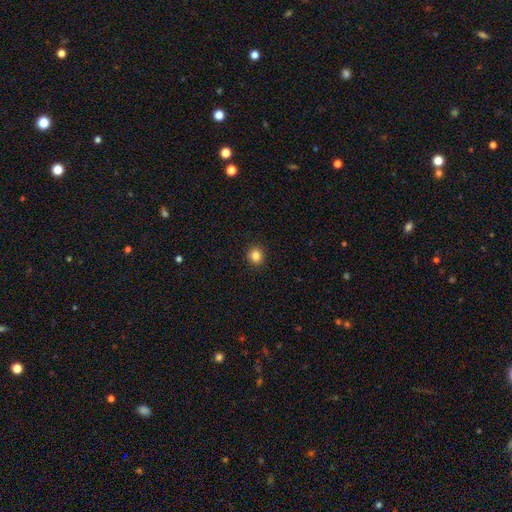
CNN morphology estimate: This appears to be a smooth galaxy with no disk features (84%) that is round (89%). Merging: none (92%).